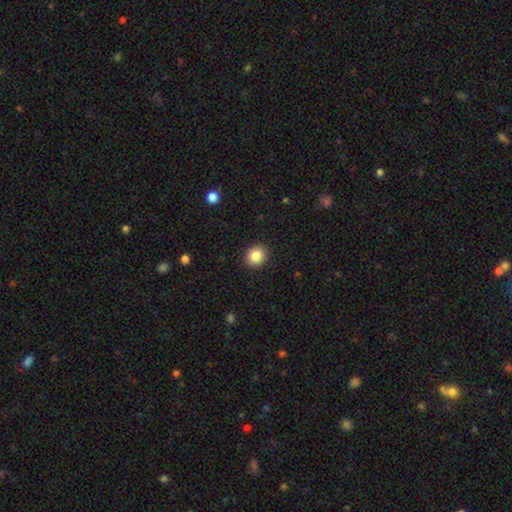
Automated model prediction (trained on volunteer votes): Morphology: type=smooth (86%); roundness=round (85%); merging=none (92%).